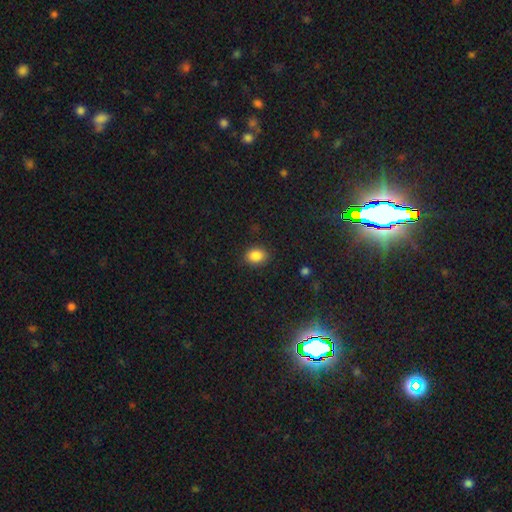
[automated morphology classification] Overall: smooth (86%). How rounded: in between (60%; round 39%). Merging: none (86%).